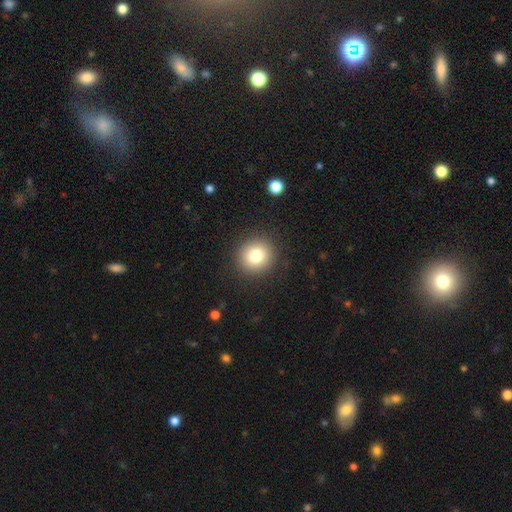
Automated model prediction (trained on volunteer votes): Smooth or featured? Predicted: smooth (p=0.80). How rounded? Predicted: round (p=0.91). Merging? Predicted: none (p=0.90).